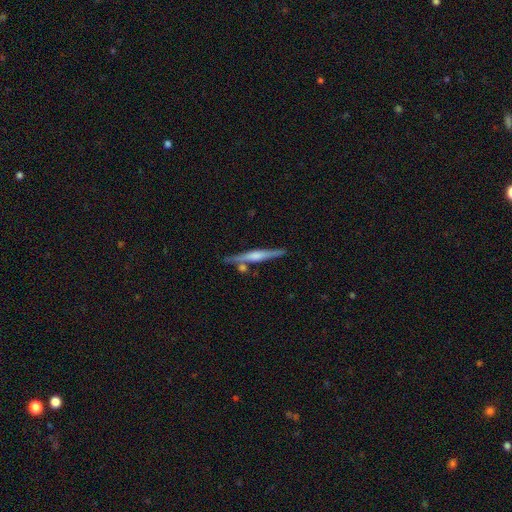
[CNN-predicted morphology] A featured or disk galaxy (74%) viewed edge-on (97%) with a rounded central bulge (67%). Merging: none (81%).